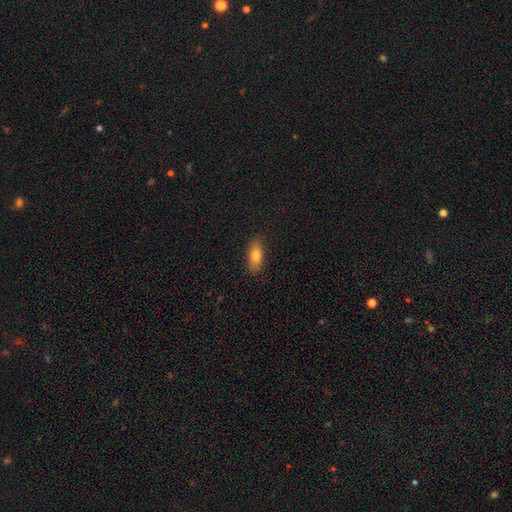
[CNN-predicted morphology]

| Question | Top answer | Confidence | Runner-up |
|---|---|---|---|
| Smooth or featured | smooth | 78% | featured or disk (15%) |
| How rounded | in between | 79% | cigar-shaped (17%) |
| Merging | none | 87% | minor disturbance (9%) |